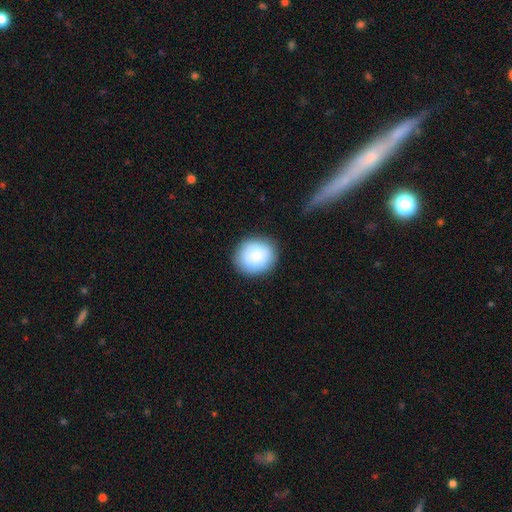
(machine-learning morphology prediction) Smooth or featured?
  - smooth: 86% *
  - featured or disk: 7%
  - star or artifact: 7%
How rounded?
  - round: 75% *
  - in between: 24%
  - cigar-shaped: 1%
Merging?
  - none: 86% *
  - minor disturbance: 10%
  - major disturbance: 3%
  - merger: 1%